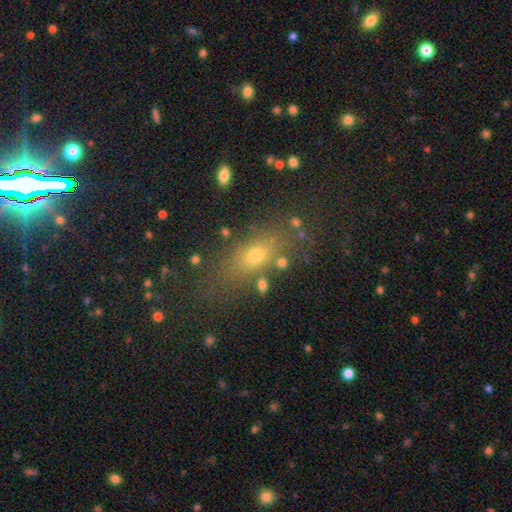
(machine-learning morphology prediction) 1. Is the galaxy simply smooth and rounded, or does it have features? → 65% smooth, 17% featured or disk, 17% star or artifact.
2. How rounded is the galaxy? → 64% in between, 21% cigar-shaped, 16% round.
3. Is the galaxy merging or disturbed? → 72% none, 14% minor disturbance, 8% major disturbance, 6% merger.